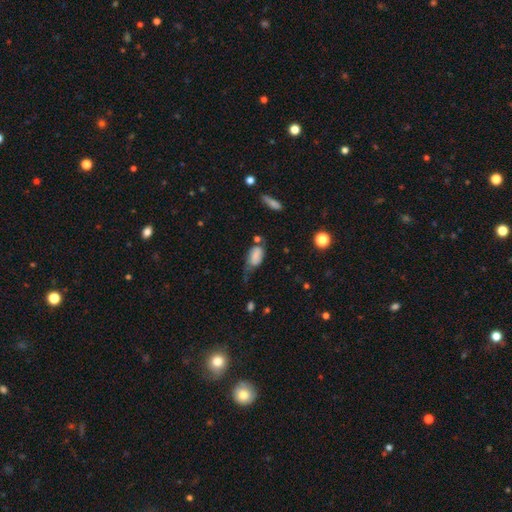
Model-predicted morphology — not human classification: smooth-or-featured: smooth: 74% | featured or disk: 17% | star or artifact: 9%
  how-rounded: in between: 90% | round: 6% | cigar-shaped: 3%
  merging: minor disturbance: 33% | major disturbance: 30% | none: 26% | merger: 10%